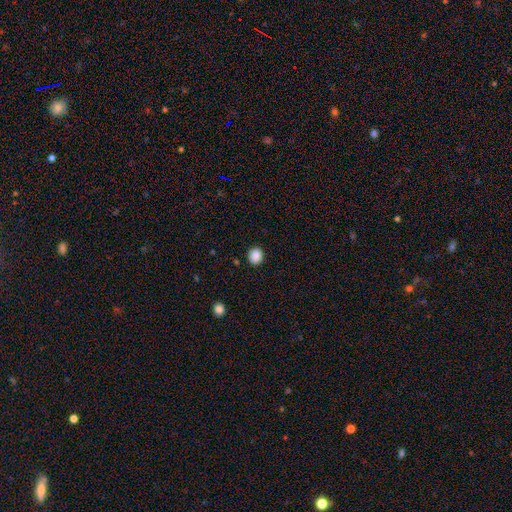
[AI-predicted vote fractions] Smooth or featured? Predicted: smooth (p=0.88). How rounded? Predicted: round (p=0.75). Merging? Predicted: none (p=0.90).